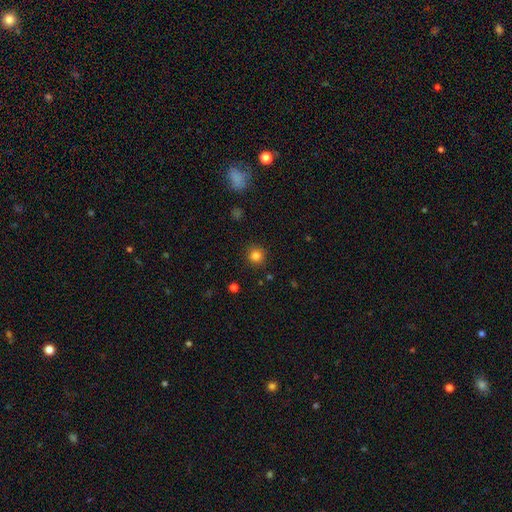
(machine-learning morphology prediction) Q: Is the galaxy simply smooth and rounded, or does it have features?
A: smooth — 83%.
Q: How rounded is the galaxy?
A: round — 94%.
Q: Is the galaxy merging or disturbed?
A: none — 90%.